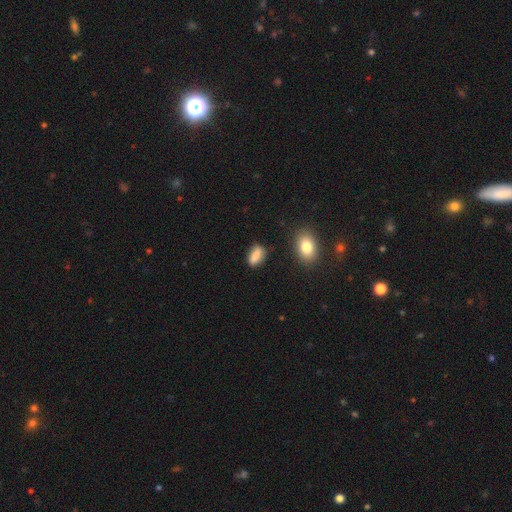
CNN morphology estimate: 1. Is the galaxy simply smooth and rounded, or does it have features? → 80% smooth, 12% featured or disk, 9% star or artifact.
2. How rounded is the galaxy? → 83% in between, 9% cigar-shaped, 8% round.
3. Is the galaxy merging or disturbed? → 77% none, 16% minor disturbance, 4% major disturbance, 3% merger.